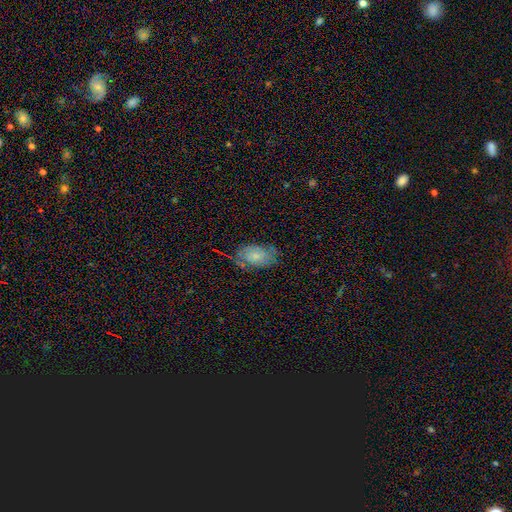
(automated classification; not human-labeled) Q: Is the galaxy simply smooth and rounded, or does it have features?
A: smooth — 58%.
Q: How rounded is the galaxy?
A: in between — 91%.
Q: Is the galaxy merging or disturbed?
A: none — 62%.